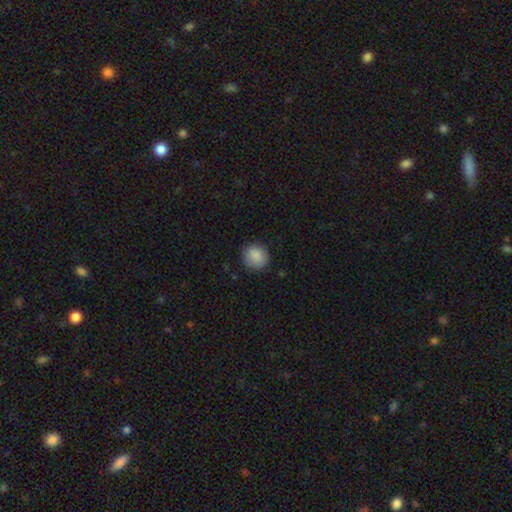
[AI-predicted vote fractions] Smooth or featured?
  - smooth: 89% *
  - star or artifact: 8%
  - featured or disk: 4%
How rounded?
  - round: 88% *
  - in between: 11%
  - cigar-shaped: 1%
Merging?
  - none: 86% *
  - minor disturbance: 10%
  - major disturbance: 2%
  - merger: 1%